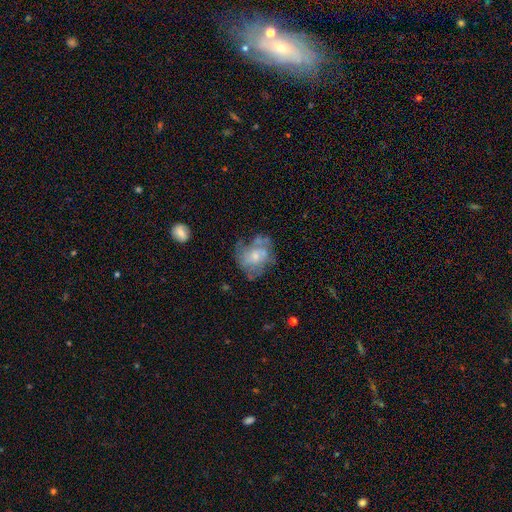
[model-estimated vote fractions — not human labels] The model was most divided on "spiral arms": yes: 59%, no: 41%. Remaining: edge-on disk — no (98%); bar — no (81%); smooth or featured — featured or disk (61%); bulge size — small (57%); merging — none (49%).